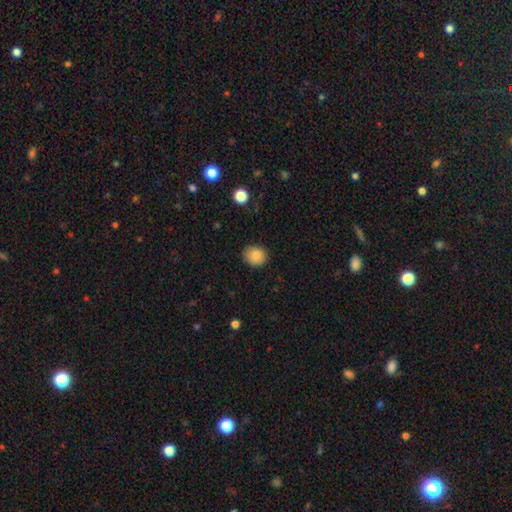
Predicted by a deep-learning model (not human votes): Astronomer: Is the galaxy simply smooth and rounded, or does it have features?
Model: smooth — 86%.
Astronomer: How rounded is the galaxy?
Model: round — 69%.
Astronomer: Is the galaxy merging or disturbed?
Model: none — 85%.